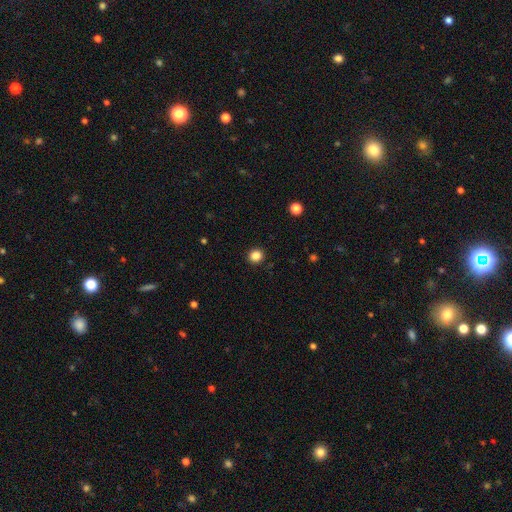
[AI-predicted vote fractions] Morphology: type=smooth (85%); roundness=round (92%); merging=none (93%).